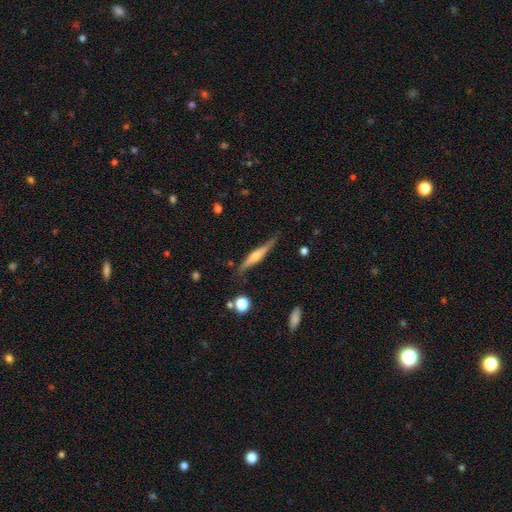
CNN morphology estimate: Smooth or featured? featured or disk (63%)
Edge-on disk? yes (95%)
Edge-on bulge? rounded (80%)
Merging? none (81%)